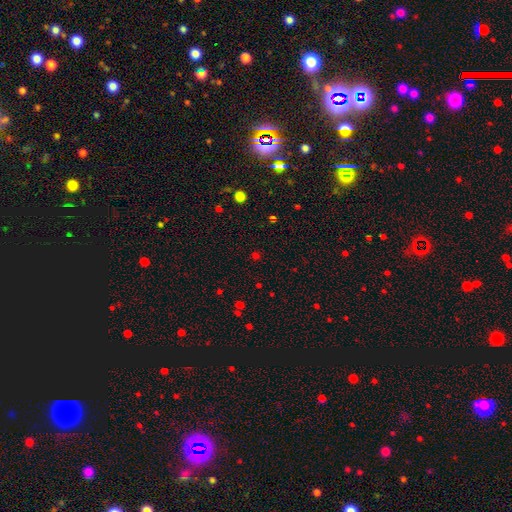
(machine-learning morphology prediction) Overall: star or artifact (51%; smooth 43%).